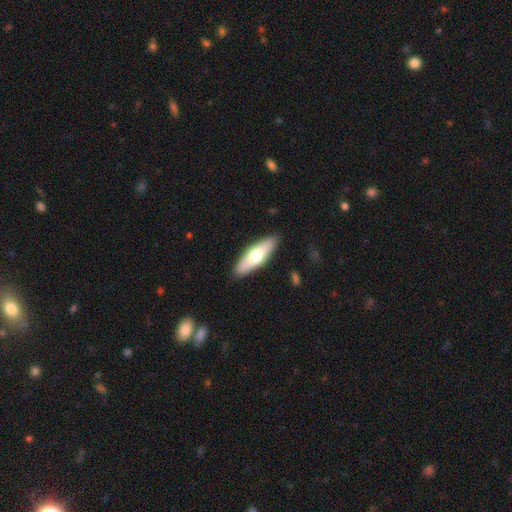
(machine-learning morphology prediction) A smooth galaxy with no disk features (61%) that is cigar-shaped (49%, tied with in between).

Vote fractions:
- Smooth or featured? smooth: 61% / featured or disk: 34% / star or artifact: 5%
- How rounded? cigar-shaped: 49% (tied) / in between: 49% (tied) / round: 2%
- Merging? none: 89% / minor disturbance: 8% / major disturbance: 2% / merger: 1%